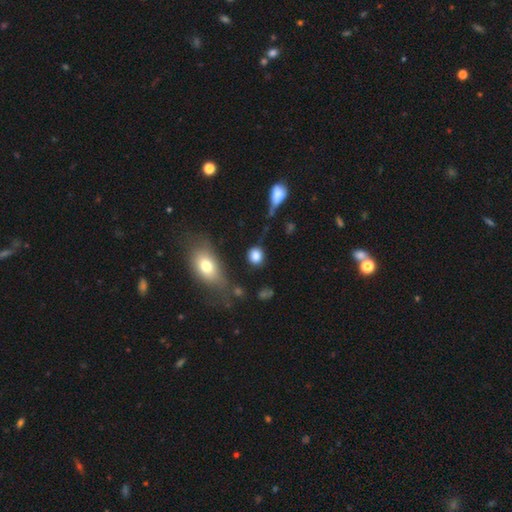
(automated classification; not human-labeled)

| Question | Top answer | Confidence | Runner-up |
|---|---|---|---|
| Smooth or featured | smooth | 83% | star or artifact (10%) |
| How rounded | round | 78% | in between (20%) |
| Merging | none | 73% | minor disturbance (14%) |